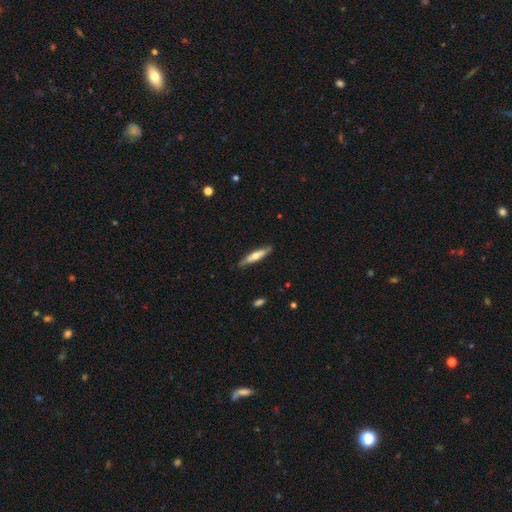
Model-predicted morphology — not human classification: smooth-or-featured: smooth: 49% | featured or disk: 46% | star or artifact: 6%
  merging: none: 84% | minor disturbance: 12% | major disturbance: 2% | merger: 1%